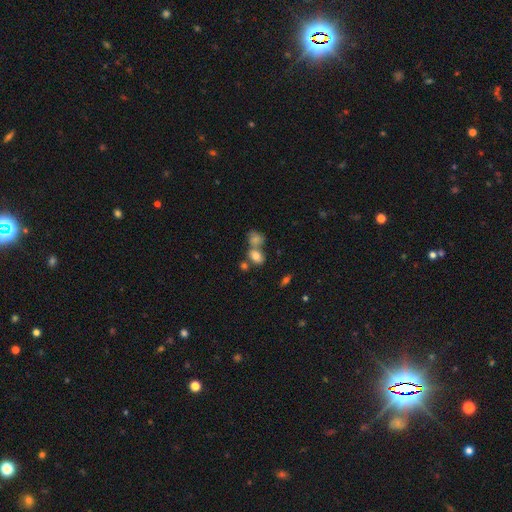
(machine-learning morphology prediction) Smooth or featured: smooth — 78% (star or artifact — 12%)
How rounded: in between — 75% (round — 23%)
Merging: merger — 45% (none — 39%)